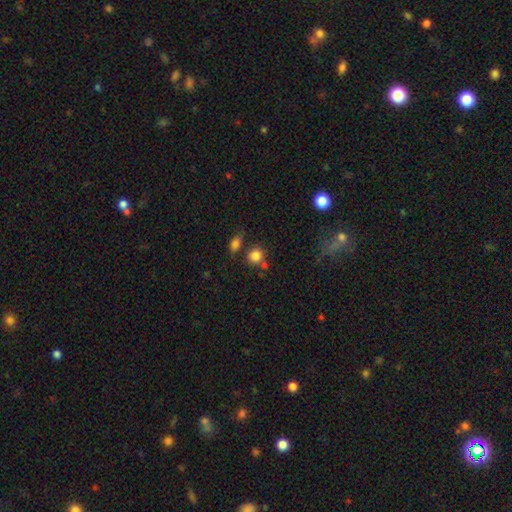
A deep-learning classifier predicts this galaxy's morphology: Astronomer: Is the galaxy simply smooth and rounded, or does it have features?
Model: smooth — 82%.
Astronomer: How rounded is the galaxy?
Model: round — 84%.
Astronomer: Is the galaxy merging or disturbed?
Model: none — 68%.